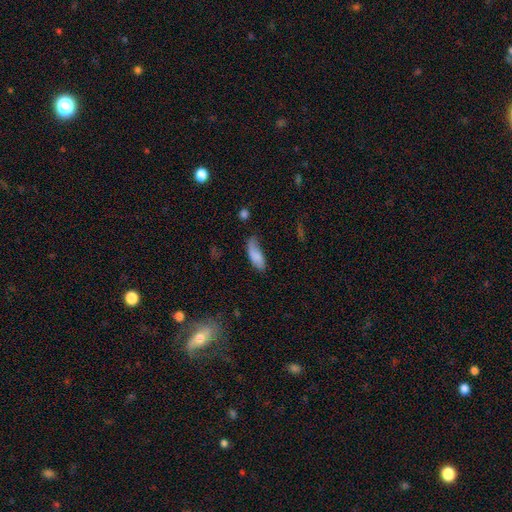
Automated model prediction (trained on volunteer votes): Smooth or featured? smooth (75%)
How rounded? in between (72%)
Merging? none (48%)